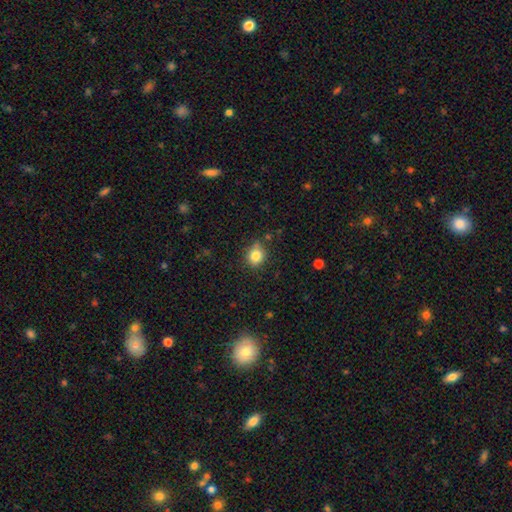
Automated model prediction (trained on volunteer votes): Smooth or featured? Predicted: smooth (p=0.82). How rounded? Predicted: round (p=0.78). Merging? Predicted: none (p=0.78).